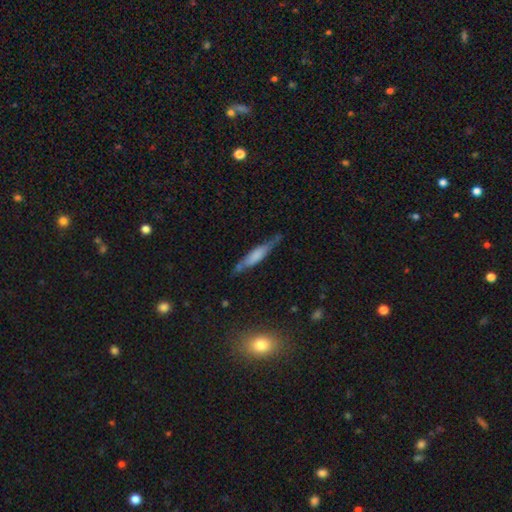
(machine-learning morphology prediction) This is possibly a smooth galaxy (52%). How rounded: clearly cigar-shaped (82%). Merging: likely none (65%).